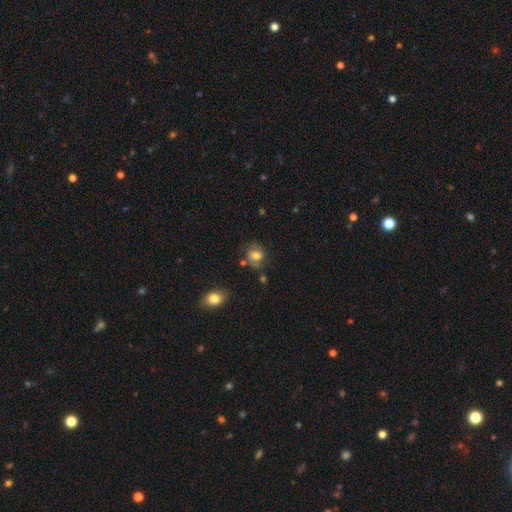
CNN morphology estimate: smooth 66%, featured or disk 23%, star or artifact 11%. Down the decision tree: how rounded — round (59%); merging — none (61%).